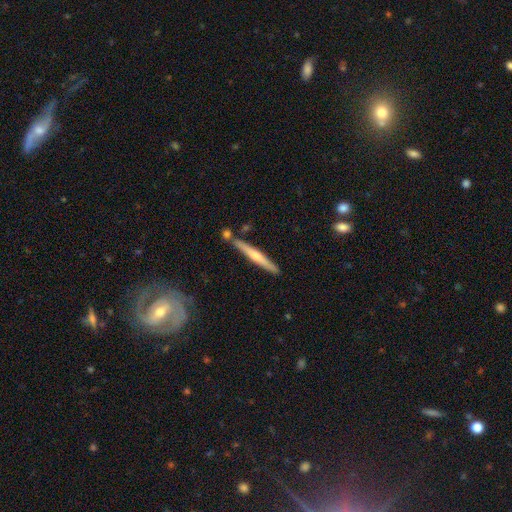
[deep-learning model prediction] smooth_or_featured: featured or disk (p=0.53) [alt: smooth p=0.42]
disk_edge_on: yes (p=0.96) [alt: no p=0.04]
edge_on_bulge: rounded (p=0.66) [alt: none p=0.28]
merging: none (p=0.81) [alt: minor disturbance p=0.10]